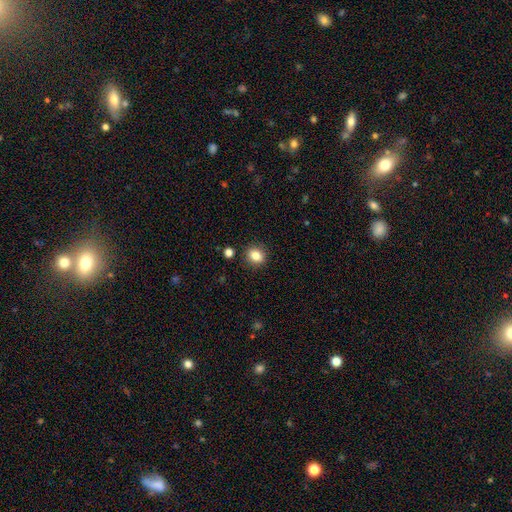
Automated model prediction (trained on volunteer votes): smooth-or-featured: smooth: 83% | star or artifact: 11% | featured or disk: 7%
  how-rounded: round: 63% | in between: 36% | cigar-shaped: 1%
  merging: none: 88% | minor disturbance: 8% | merger: 2% | major disturbance: 2%